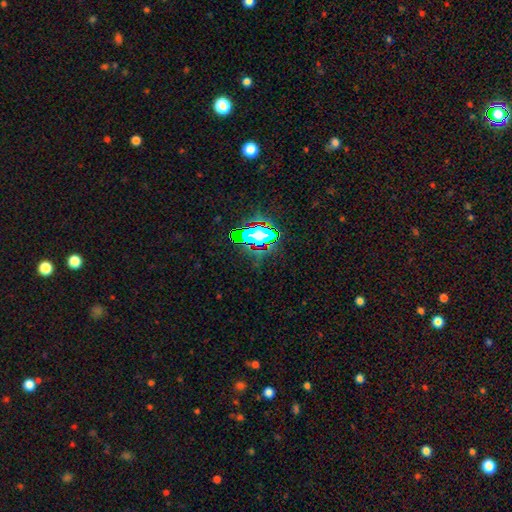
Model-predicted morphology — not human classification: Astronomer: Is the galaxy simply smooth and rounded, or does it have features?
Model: star or artifact — 76%.